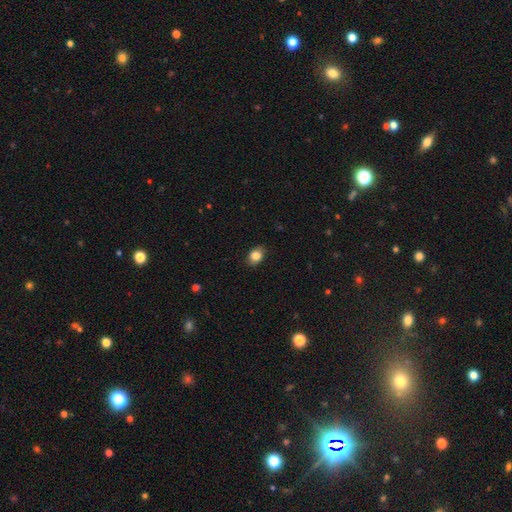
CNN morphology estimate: type=smooth (84%); roundness=in between (68%); merging=none (85%).